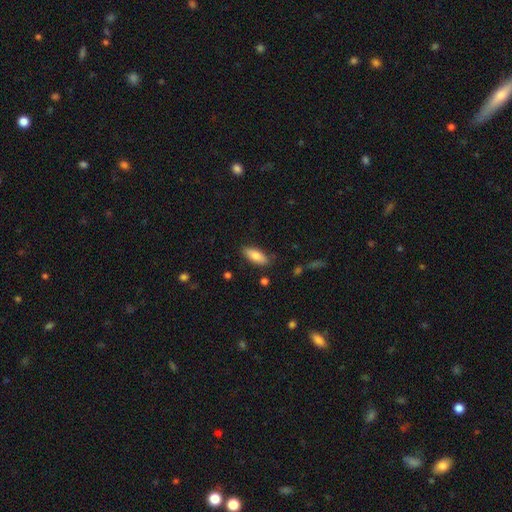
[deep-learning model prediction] Smooth or featured? smooth (79%)
How rounded? in between (77%)
Merging? none (85%)